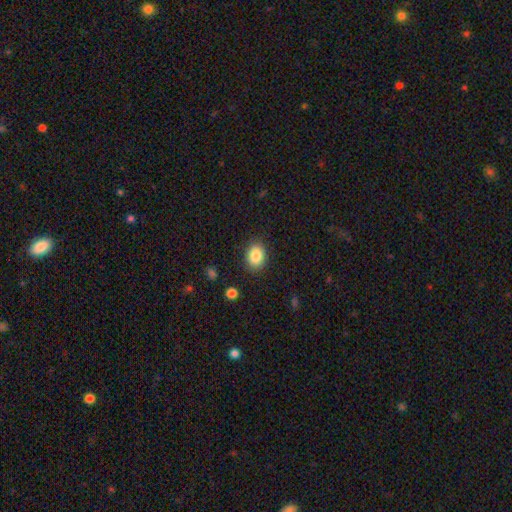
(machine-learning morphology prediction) Smooth or featured?
  - smooth: 86% *
  - star or artifact: 8%
  - featured or disk: 6%
How rounded?
  - in between: 65% *
  - round: 34%
  - cigar-shaped: 1%
Merging?
  - none: 87% *
  - minor disturbance: 9%
  - major disturbance: 3%
  - merger: 1%